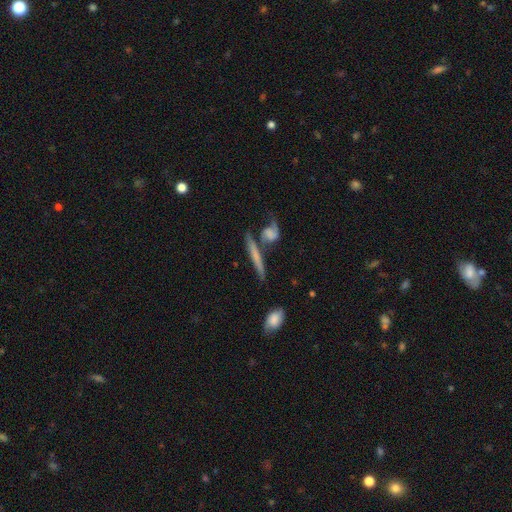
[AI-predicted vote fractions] Smooth or featured: featured or disk — 49% (smooth — 42%)
Merging: none — 59% (merger — 19%)